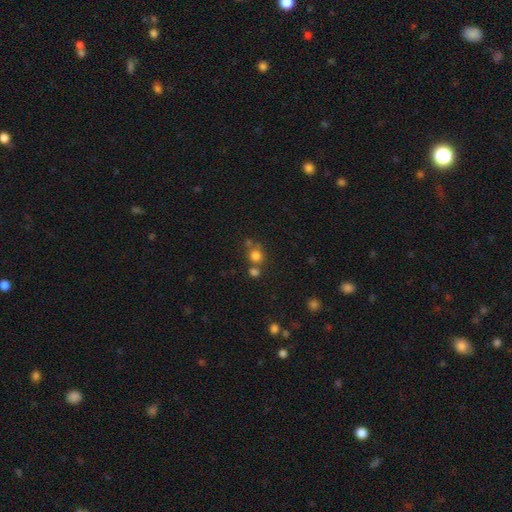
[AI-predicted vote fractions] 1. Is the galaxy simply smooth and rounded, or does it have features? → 78% smooth, 14% star or artifact, 8% featured or disk.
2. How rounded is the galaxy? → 84% round, 15% in between, 1% cigar-shaped.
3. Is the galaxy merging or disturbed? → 57% none, 29% merger, 10% minor disturbance, 5% major disturbance.